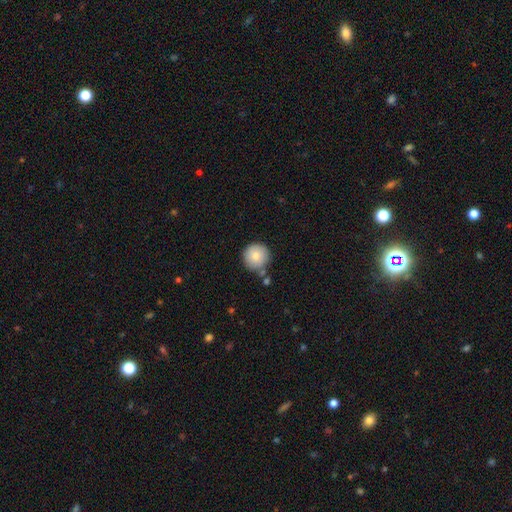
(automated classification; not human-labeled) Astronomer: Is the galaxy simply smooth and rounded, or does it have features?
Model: smooth — 83%.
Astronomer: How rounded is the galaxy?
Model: round — 95%.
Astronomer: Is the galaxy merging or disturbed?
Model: none — 76%.